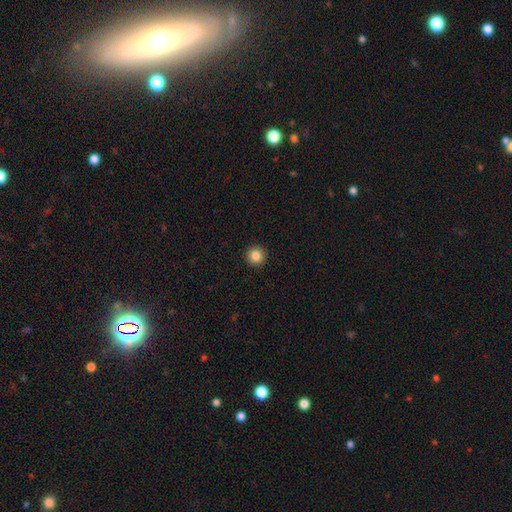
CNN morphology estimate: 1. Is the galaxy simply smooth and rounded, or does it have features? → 85% smooth, 10% star or artifact, 5% featured or disk.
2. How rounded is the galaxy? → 96% round, 3% in between, 1% cigar-shaped.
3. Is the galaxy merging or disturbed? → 94% none, 4% minor disturbance, 1% major disturbance, 1% merger.